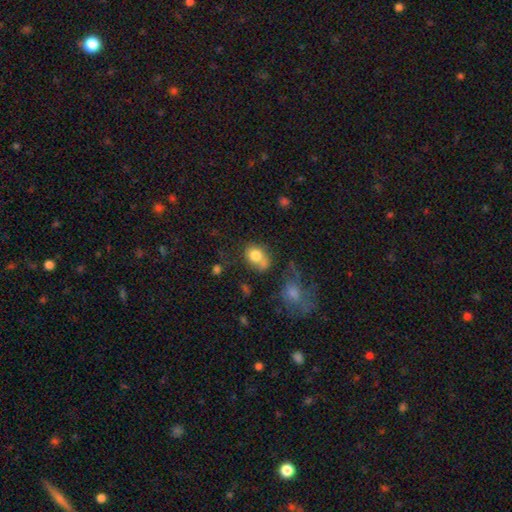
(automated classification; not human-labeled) Smooth or featured?
  - smooth: 79% *
  - featured or disk: 12%
  - star or artifact: 9%
How rounded?
  - in between: 52% *
  - round: 47%
  - cigar-shaped: 1%
Merging?
  - none: 43% *
  - minor disturbance: 24%
  - merger: 21%
  - major disturbance: 12%